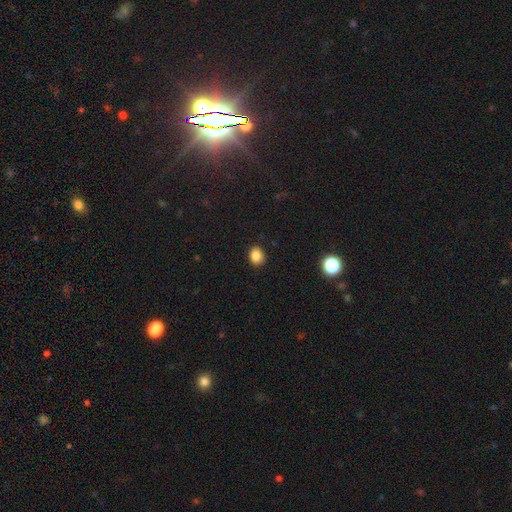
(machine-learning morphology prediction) Smooth or featured? smooth (85%)
How rounded? round (52%)
Merging? none (89%)